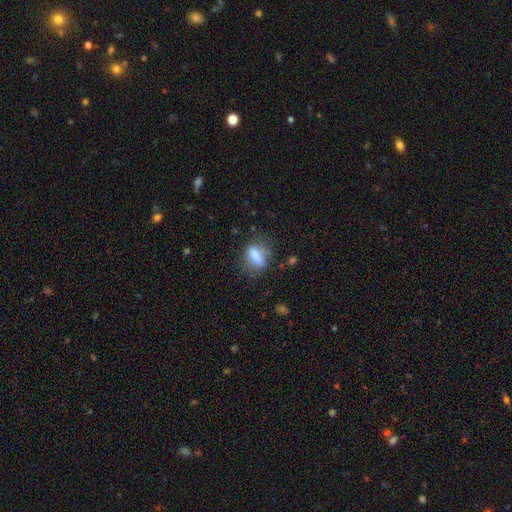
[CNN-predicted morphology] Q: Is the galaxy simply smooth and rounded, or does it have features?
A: smooth — 74%.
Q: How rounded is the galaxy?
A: in between — 61%.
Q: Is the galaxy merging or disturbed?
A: none — 66%.